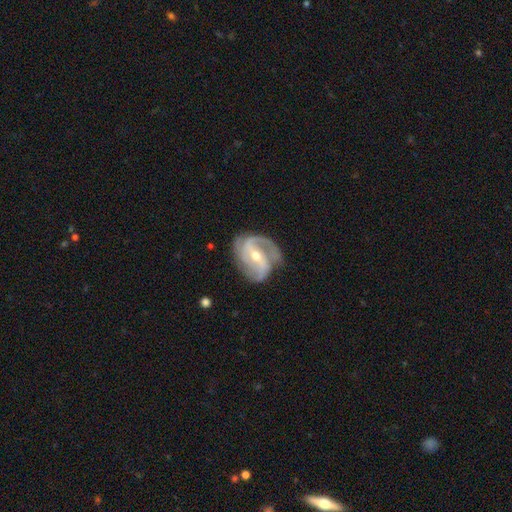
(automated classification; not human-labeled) featured or disk 90%, smooth 5%, star or artifact 4%. Down the decision tree: edge-on disk — no (97%); bar — strong (43%); spiral arms — yes (97%); spiral arm count — 2 (50%); spiral winding — medium (49%); bulge size — moderate (50%); merging — none (68%).